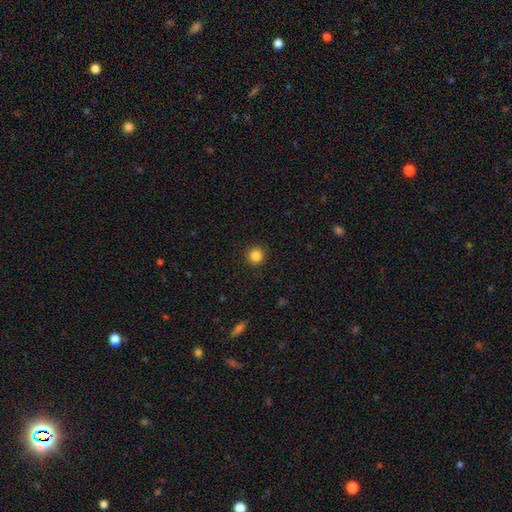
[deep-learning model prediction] smooth 85%, star or artifact 11%, featured or disk 4%. Down the decision tree: how rounded — round (94%); merging — none (92%).